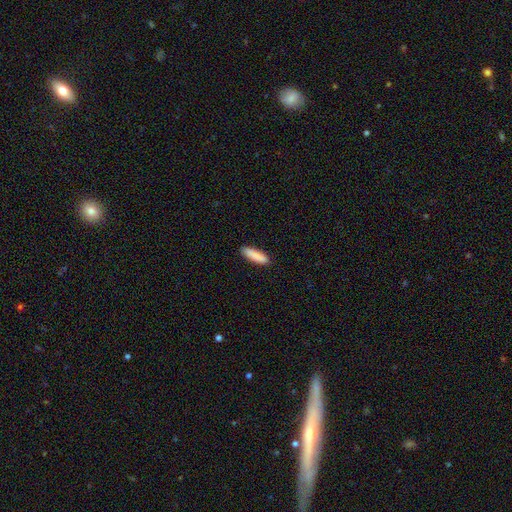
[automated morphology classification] Smooth or featured?
  - smooth: 89% *
  - star or artifact: 6%
  - featured or disk: 5%
How rounded?
  - cigar-shaped: 67% *
  - in between: 32%
  - round: 1%
Merging?
  - none: 89% *
  - minor disturbance: 8%
  - major disturbance: 2%
  - merger: 1%